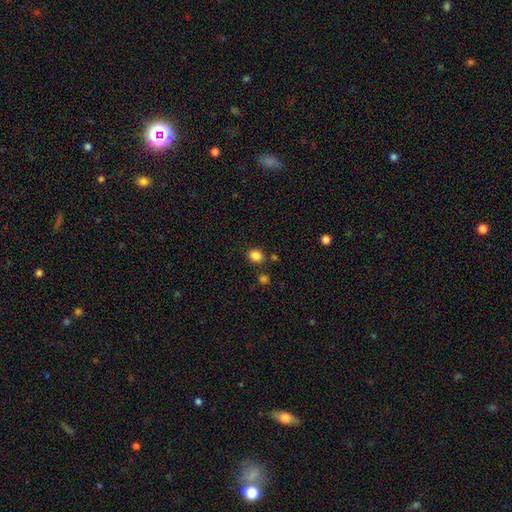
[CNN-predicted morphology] This appears to be a smooth galaxy with no disk features (85%) that is round (60%). Merging: none (81%).